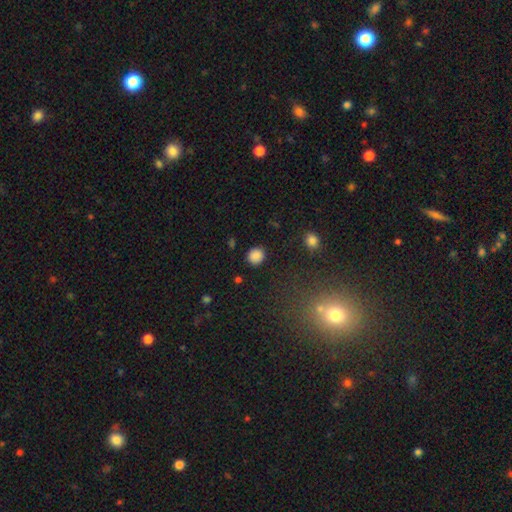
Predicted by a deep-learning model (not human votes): This is clearly a smooth galaxy (86%). How rounded: clearly round (81%). Merging: clearly none (87%).